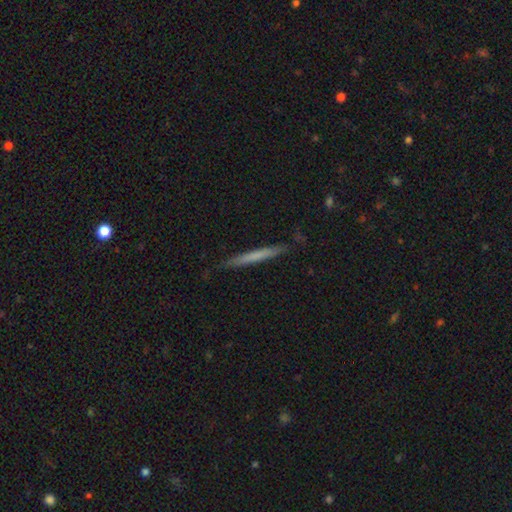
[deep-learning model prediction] This appears to be a smooth galaxy with no disk features (59%) that is cigar-shaped (97%). Merging: none (87%).